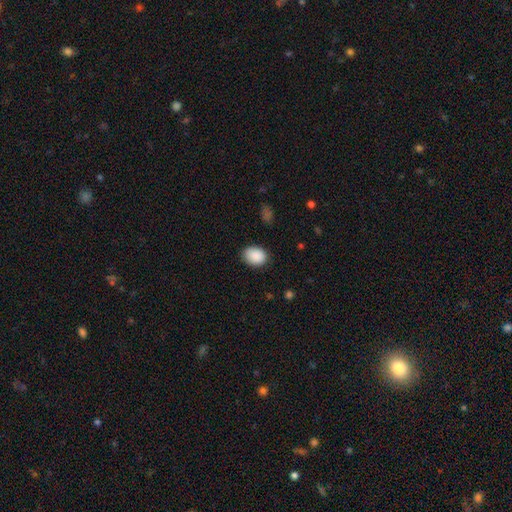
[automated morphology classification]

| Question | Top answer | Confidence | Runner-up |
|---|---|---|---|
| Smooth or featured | smooth | 90% | star or artifact (7%) |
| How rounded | in between | 63% | round (36%) |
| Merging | none | 84% | minor disturbance (12%) |